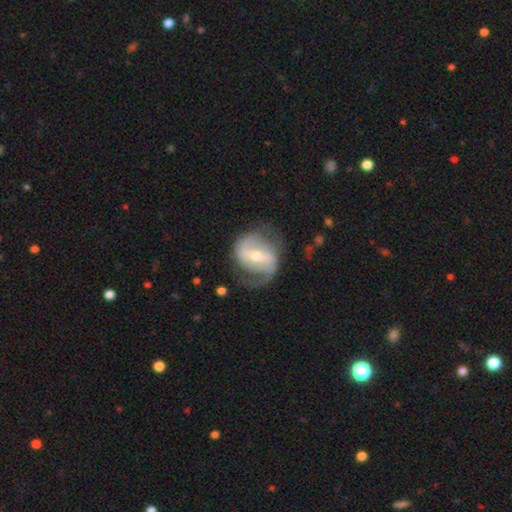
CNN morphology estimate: A featured or disk galaxy (83%) with a strong bar (46%), 2 (83%) medium (45%) spiral arms (89%) and a moderate central bulge (52%).

Vote fractions:
- Smooth or featured? featured or disk: 83% / smooth: 12% / star or artifact: 5%
- Edge-on disk? no: 97% / yes: 3%
- Bar? strong: 46% / weak: 39% / no: 15%
- Spiral arms? yes: 89% / no: 11%
- Spiral winding? medium: 45% / loose: 35% / tight: 19%
- Spiral arm count? 2: 83% / can't tell: 7% / 1: 7% / 3: 1% / 4: 1% / more than 4: 1%
- Bulge size? moderate: 52% / small: 43% / large: 3% / none: 1% / dominant: 1%
- Merging? none: 65% / minor disturbance: 19% / major disturbance: 14% / merger: 2%